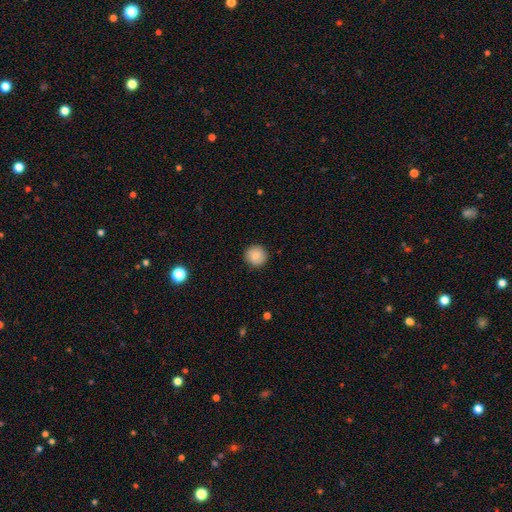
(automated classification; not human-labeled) Morphology: type=smooth (82%); roundness=round (95%); merging=none (91%).